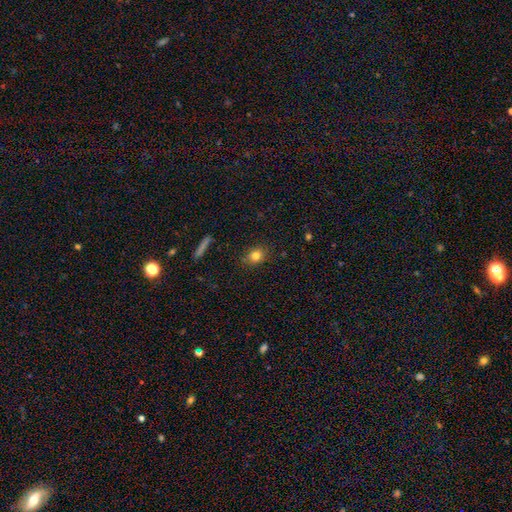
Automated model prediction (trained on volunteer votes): smooth_or_featured: smooth (p=0.80) [alt: star or artifact p=0.11]
how_rounded: round (p=0.63) [alt: in between p=0.35]
merging: none (p=0.86) [alt: minor disturbance p=0.10]